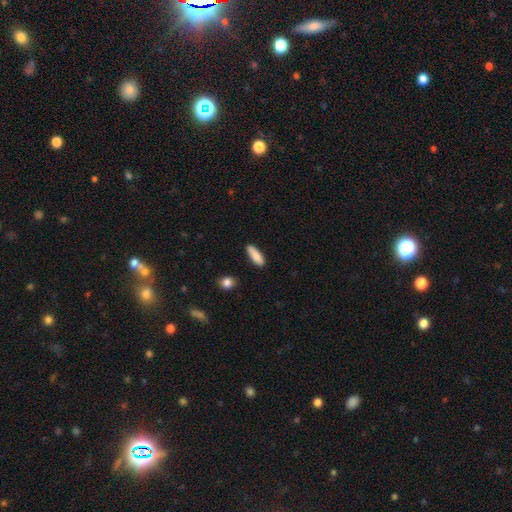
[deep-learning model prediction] Morphology: type=smooth (86%); roundness=cigar-shaped (50%); merging=none (84%).